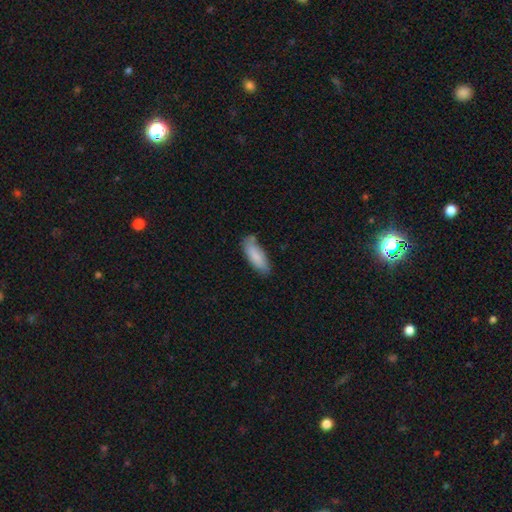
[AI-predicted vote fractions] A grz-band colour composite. It shows a smooth galaxy with no disk features (84%) that is in between round and cigar-shaped (66%). Merging: none (67%).